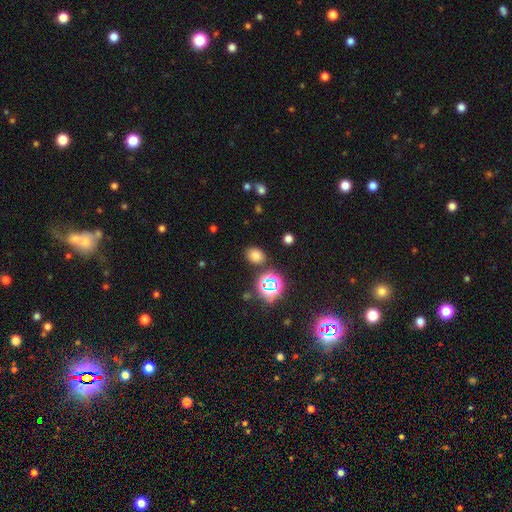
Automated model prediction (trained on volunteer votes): Morphology: type=smooth (70%); roundness=in between (56%); merging=none (83%).